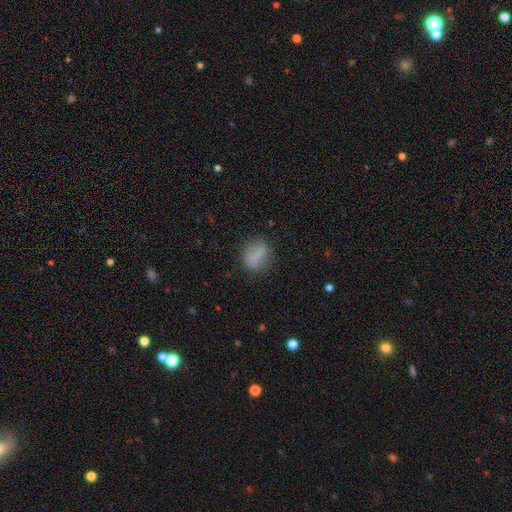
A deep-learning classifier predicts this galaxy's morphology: Overall: smooth (79%). How rounded: in between (57%; round 38%). Merging: none (77%).